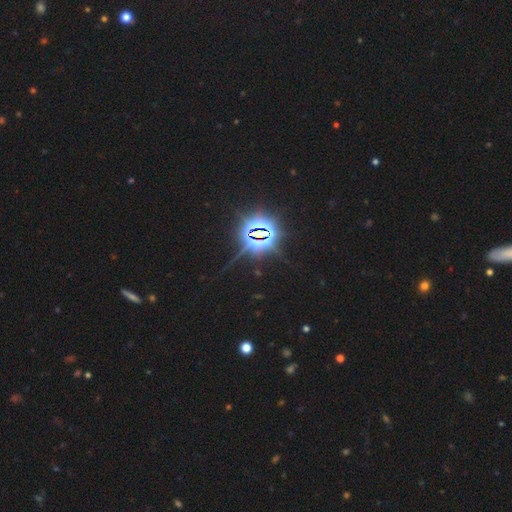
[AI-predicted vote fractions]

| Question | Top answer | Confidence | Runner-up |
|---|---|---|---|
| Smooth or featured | star or artifact | 86% | smooth (8%) |